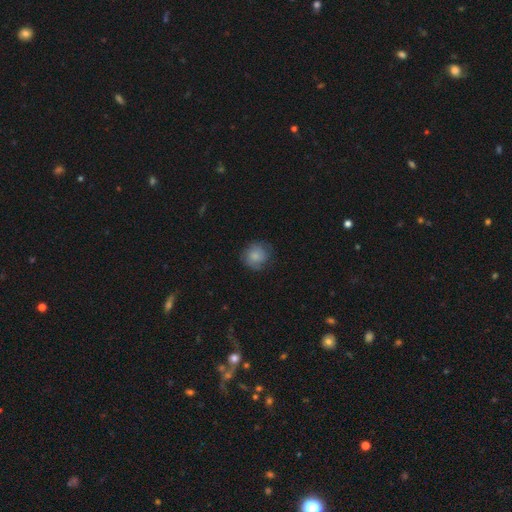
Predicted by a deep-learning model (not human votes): smooth-or-featured: smooth: 77% | featured or disk: 15% | star or artifact: 8%
  how-rounded: round: 88% | in between: 11% | cigar-shaped: 1%
  merging: none: 76% | minor disturbance: 18% | major disturbance: 5% | merger: 1%